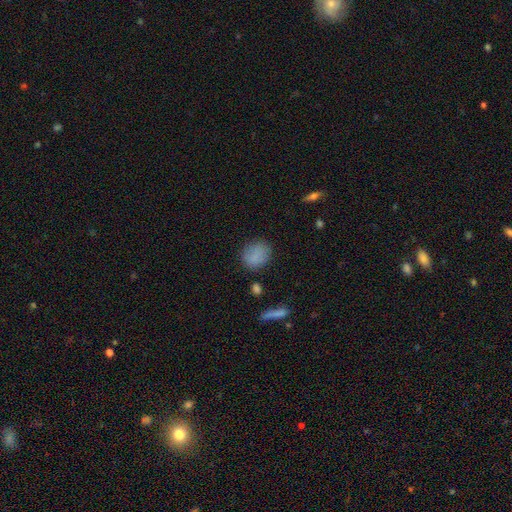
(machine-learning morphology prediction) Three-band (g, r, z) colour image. It shows a smooth galaxy with no disk features (83%) that is round (60%). Merging: none (77%).